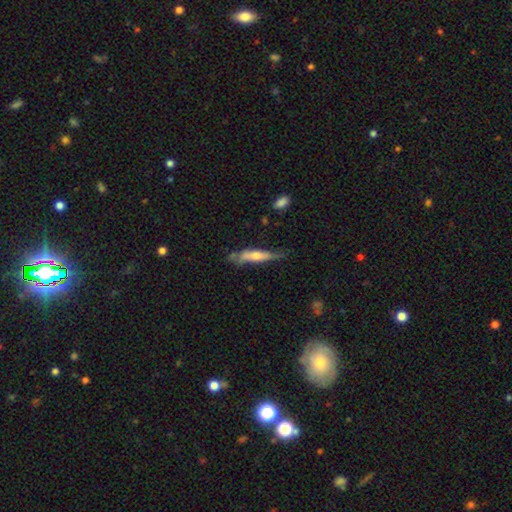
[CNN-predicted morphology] The model was most divided on "smooth or featured" (2-way tie): smooth: 47%, featured or disk: 47%, star or artifact: 6%. More confident: merging — none (57%).